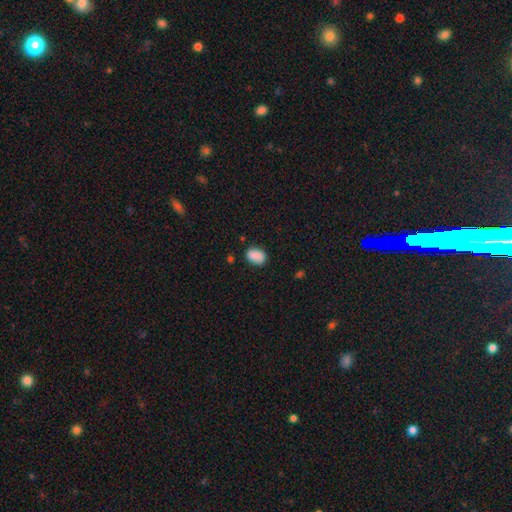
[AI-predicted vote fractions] smooth 85%, star or artifact 8%, featured or disk 7%. Down the decision tree: how rounded — in between (77%); merging — none (74%).